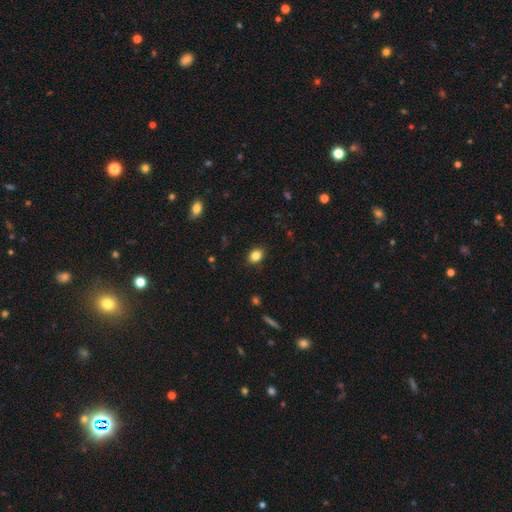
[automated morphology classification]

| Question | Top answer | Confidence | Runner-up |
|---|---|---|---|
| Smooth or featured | smooth | 84% | star or artifact (10%) |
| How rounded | in between | 67% | round (31%) |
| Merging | none | 87% | minor disturbance (10%) |